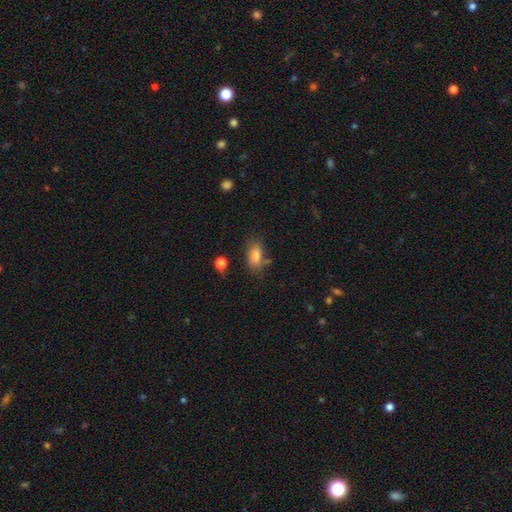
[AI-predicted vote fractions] Smooth or featured? Predicted: smooth (p=0.80). How rounded? Predicted: in between (p=0.87). Merging? Predicted: none (p=0.64).